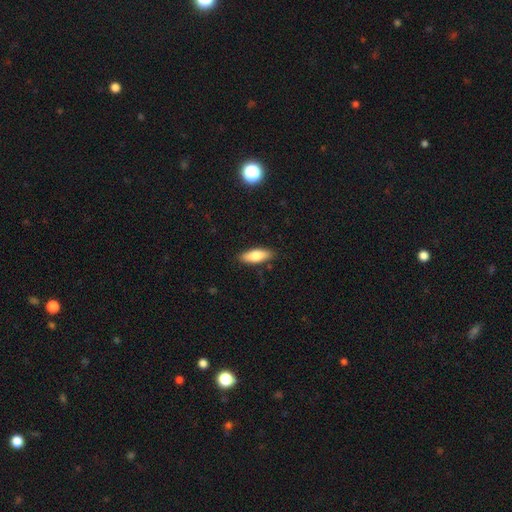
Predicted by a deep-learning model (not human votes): A smooth galaxy with no disk features (77%) that is in between round and cigar-shaped (70%). Merging: none (87%).